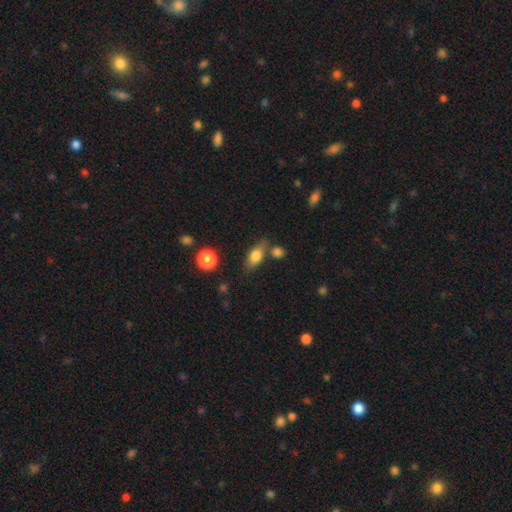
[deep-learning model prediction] A smooth galaxy with no disk features (75%) that is in between round and cigar-shaped (78%). Merging: none (67%).